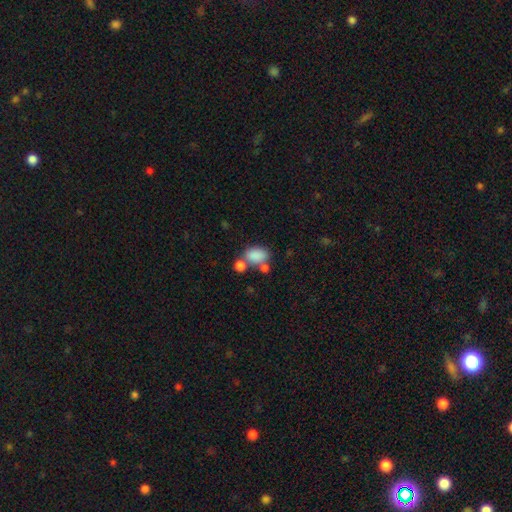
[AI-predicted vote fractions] The model was most divided on "merging": none: 43%, merger: 36%, minor disturbance: 14%, major disturbance: 7%. More confident: smooth or featured — smooth (82%); how rounded — in between (82%).